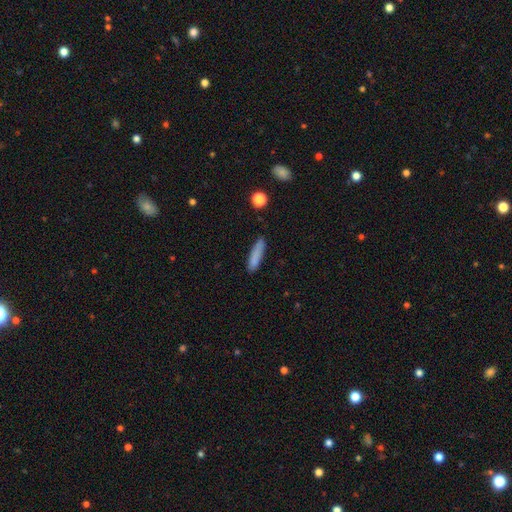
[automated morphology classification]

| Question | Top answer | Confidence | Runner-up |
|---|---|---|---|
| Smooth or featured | smooth | 83% | featured or disk (9%) |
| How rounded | cigar-shaped | 82% | in between (17%) |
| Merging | none | 84% | minor disturbance (12%) |